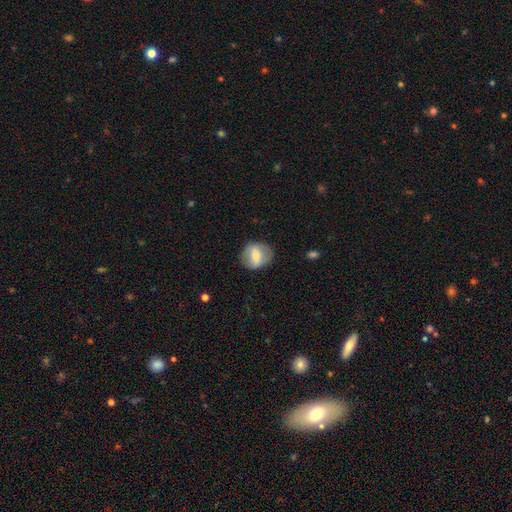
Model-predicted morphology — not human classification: A smooth galaxy with no disk features (51%) that is round (59%). Merging: none (80%).